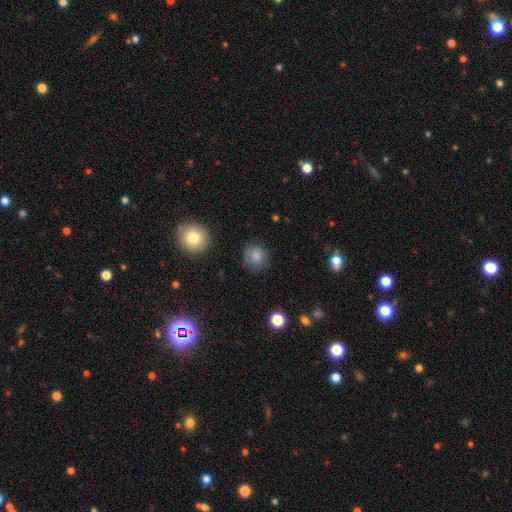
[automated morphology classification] smooth-or-featured: smooth: 83% | star or artifact: 11% | featured or disk: 7%
  how-rounded: round: 88% | in between: 11% | cigar-shaped: 1%
  merging: none: 82% | minor disturbance: 12% | major disturbance: 4% | merger: 2%